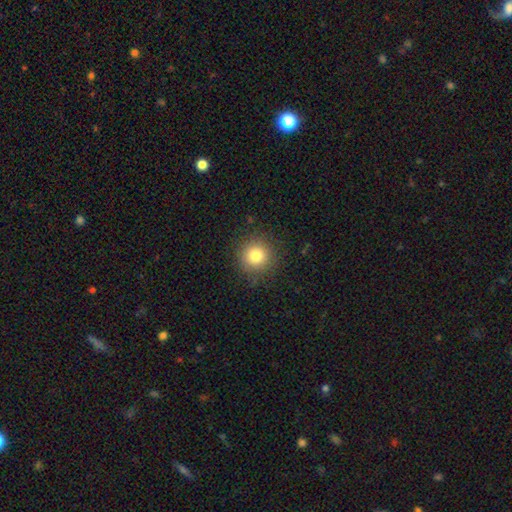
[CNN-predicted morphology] This appears to be a smooth galaxy with no disk features (80%) that is round (94%). Merging: none (87%).